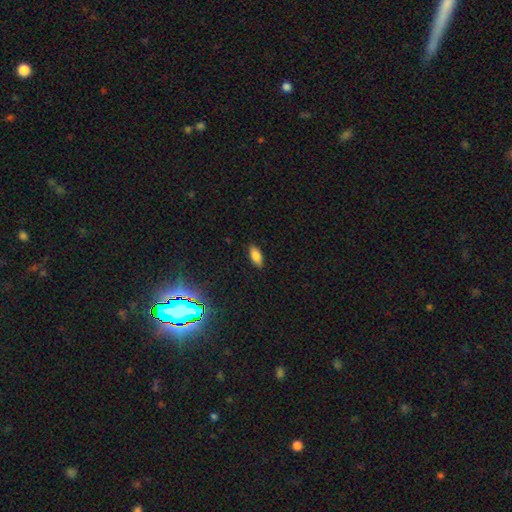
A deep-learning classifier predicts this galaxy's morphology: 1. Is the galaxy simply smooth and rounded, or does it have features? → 82% smooth, 10% star or artifact, 8% featured or disk.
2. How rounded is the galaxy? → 88% in between, 9% cigar-shaped, 3% round.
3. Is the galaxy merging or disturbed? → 88% none, 9% minor disturbance, 2% major disturbance, 1% merger.